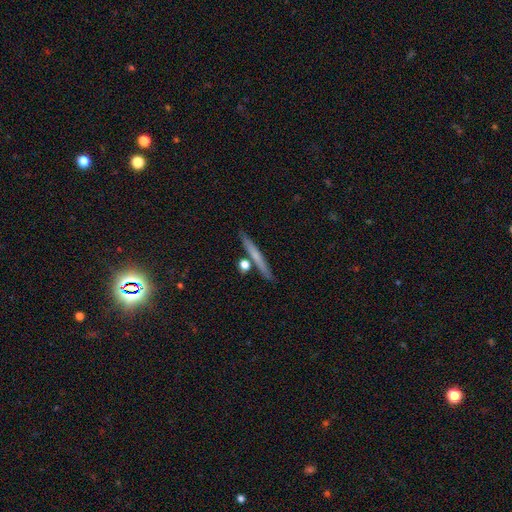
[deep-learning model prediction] Smooth or featured: smooth — 56% (featured or disk — 37%)
How rounded: cigar-shaped — 95% (in between — 3%)
Merging: none — 85% (minor disturbance — 7%)